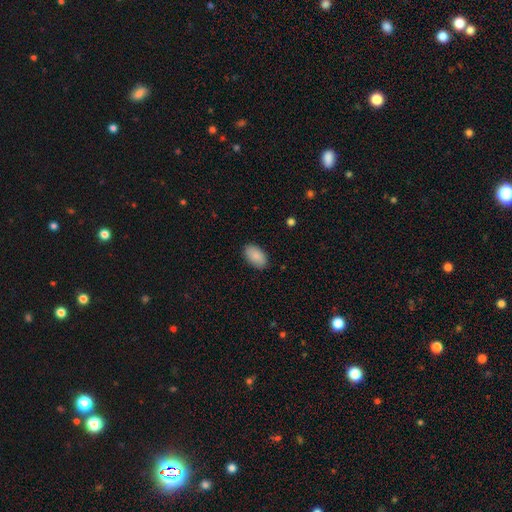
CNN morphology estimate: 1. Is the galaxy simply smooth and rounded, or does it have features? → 88% smooth, 7% star or artifact, 5% featured or disk.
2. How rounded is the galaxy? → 94% in between, 5% round, 1% cigar-shaped.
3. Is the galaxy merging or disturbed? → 87% none, 10% minor disturbance, 2% major disturbance, 1% merger.